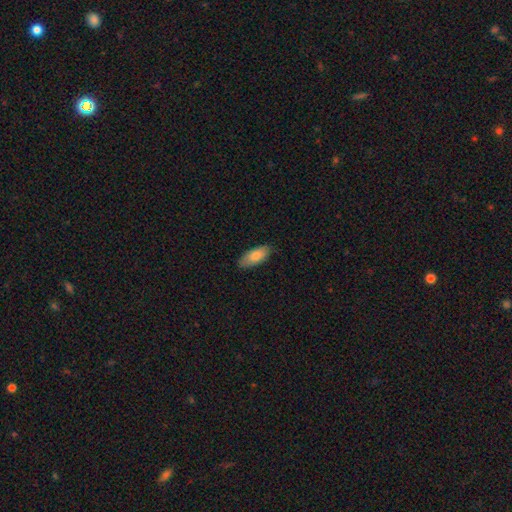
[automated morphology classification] Smooth or featured?
  - smooth: 82% *
  - featured or disk: 12%
  - star or artifact: 6%
How rounded?
  - in between: 85% *
  - cigar-shaped: 13%
  - round: 2%
Merging?
  - none: 83% *
  - minor disturbance: 14%
  - major disturbance: 2%
  - merger: 1%